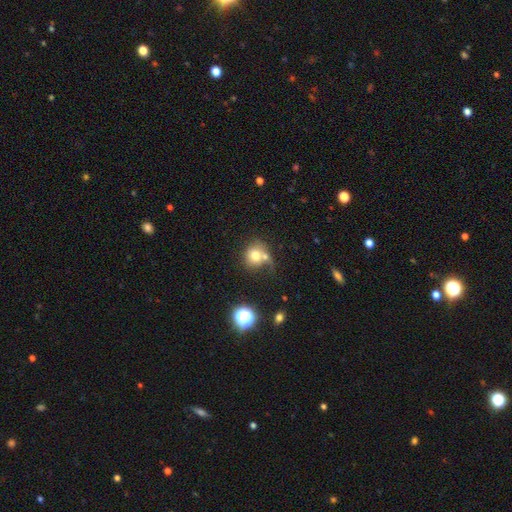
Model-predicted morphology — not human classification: smooth 73%, featured or disk 16%, star or artifact 12%. Down the decision tree: how rounded — round (77%); merging — none (38%).